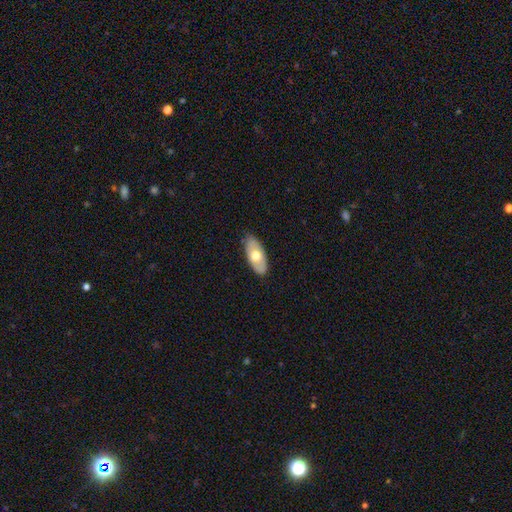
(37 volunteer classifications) This is likely a smooth galaxy (62%). How rounded: clearly in between (96%). Merging: clearly none (86%).